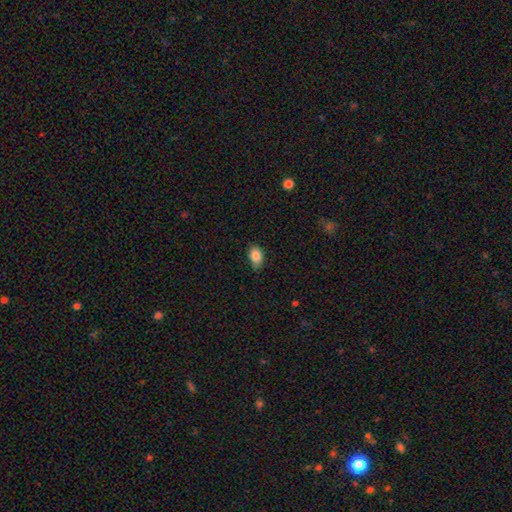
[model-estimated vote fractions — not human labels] Smooth or featured: smooth — 85% (star or artifact — 9%)
How rounded: in between — 85% (round — 13%)
Merging: none — 70% (minor disturbance — 25%)